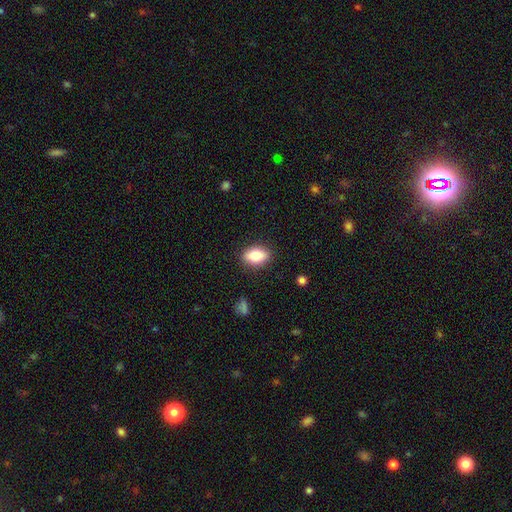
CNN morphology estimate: smooth_or_featured: smooth (p=0.82) [alt: featured or disk p=0.11]
how_rounded: in between (p=0.86) [alt: round p=0.09]
merging: none (p=0.86) [alt: minor disturbance p=0.10]